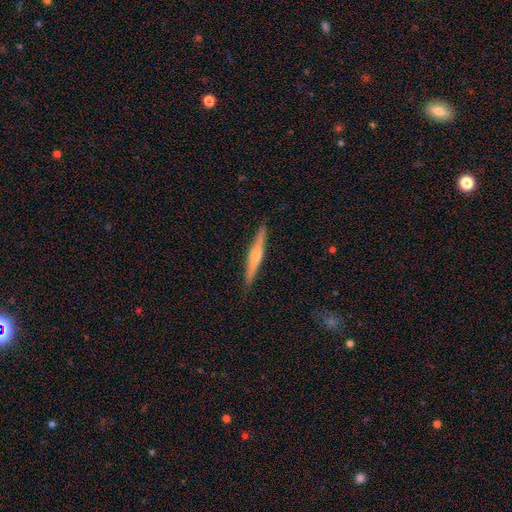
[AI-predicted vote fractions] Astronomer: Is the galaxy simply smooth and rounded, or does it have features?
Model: featured or disk — 65%.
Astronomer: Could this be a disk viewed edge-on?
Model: yes — 98%.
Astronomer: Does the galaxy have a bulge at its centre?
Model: rounded — 82%.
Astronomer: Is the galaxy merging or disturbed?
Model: none — 91%.